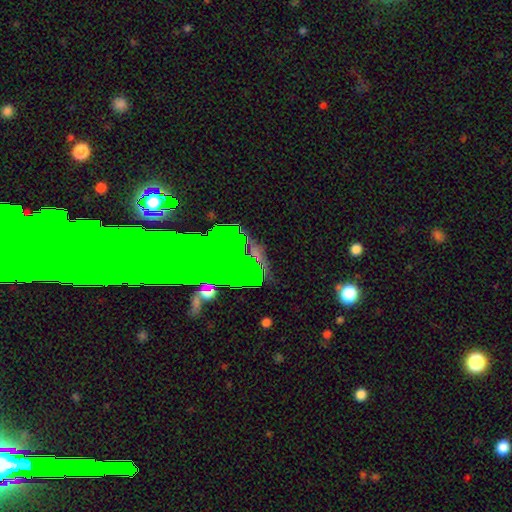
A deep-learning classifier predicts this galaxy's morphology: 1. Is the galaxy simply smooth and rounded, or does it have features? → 59% star or artifact, 25% featured or disk, 16% smooth.